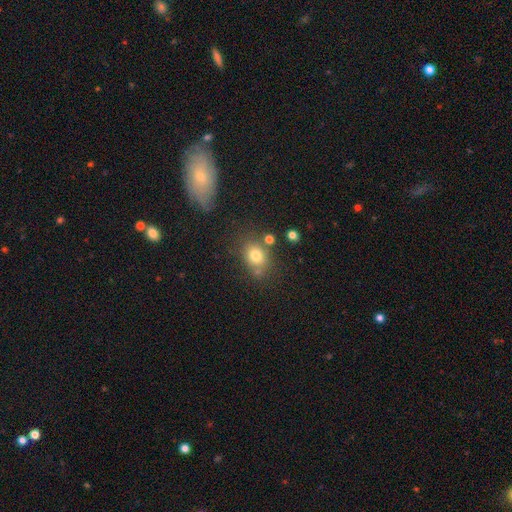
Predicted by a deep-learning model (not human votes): The model was most divided on "how rounded": round: 51%, in between: 48%, cigar-shaped: 1%. More confident: smooth or featured — smooth (76%); merging — none (68%).